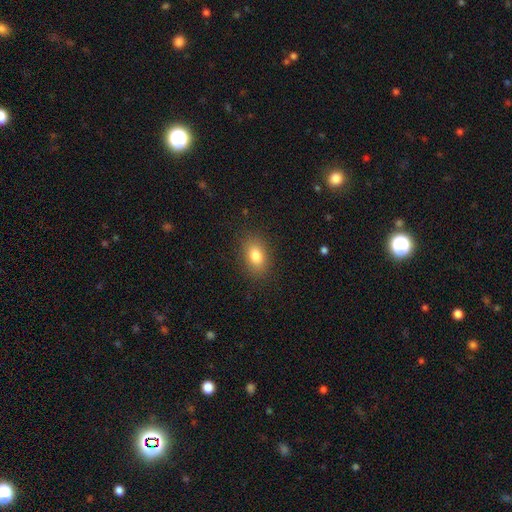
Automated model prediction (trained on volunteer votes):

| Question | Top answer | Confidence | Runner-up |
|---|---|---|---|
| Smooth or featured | smooth | 81% | star or artifact (10%) |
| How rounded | in between | 81% | round (17%) |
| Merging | none | 86% | minor disturbance (10%) |